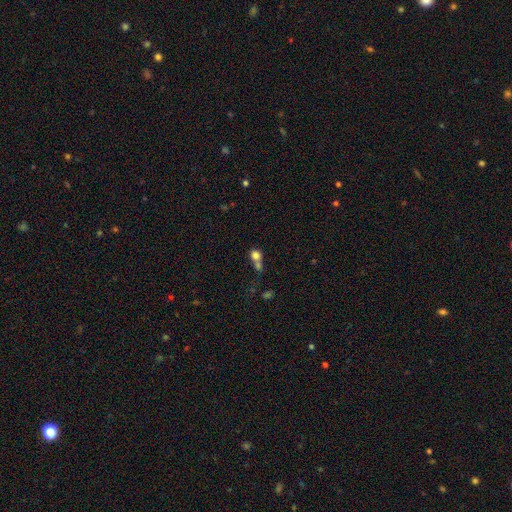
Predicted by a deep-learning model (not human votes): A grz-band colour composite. It shows a smooth galaxy with no disk features (77%) that is round (70%). Merging: merger (55%).